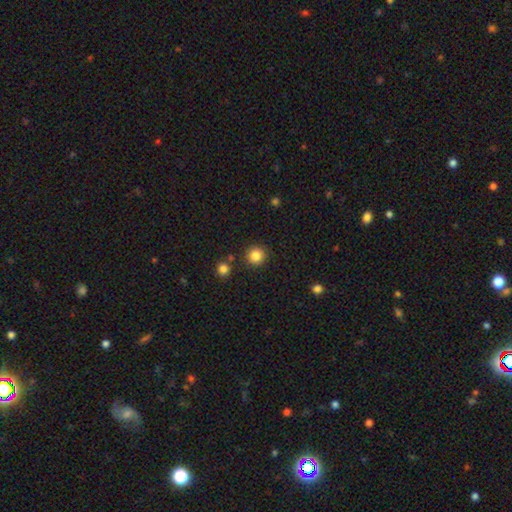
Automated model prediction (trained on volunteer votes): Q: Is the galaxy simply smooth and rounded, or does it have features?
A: smooth — 84%.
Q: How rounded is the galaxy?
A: round — 94%.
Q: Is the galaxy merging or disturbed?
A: none — 89%.